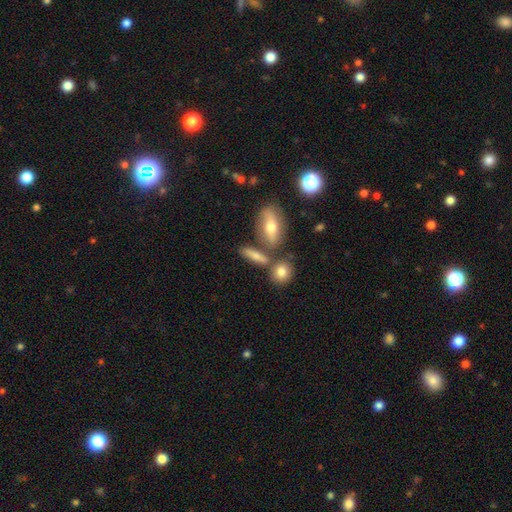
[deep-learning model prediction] A smooth galaxy with no disk features (69%) that is cigar-shaped (44%).

Vote fractions:
- Smooth or featured? smooth: 69% / featured or disk: 22% / star or artifact: 9%
- How rounded? cigar-shaped: 44% / in between: 43% / round: 12%
- Merging? none: 61% / merger: 22% / minor disturbance: 12% / major disturbance: 5%